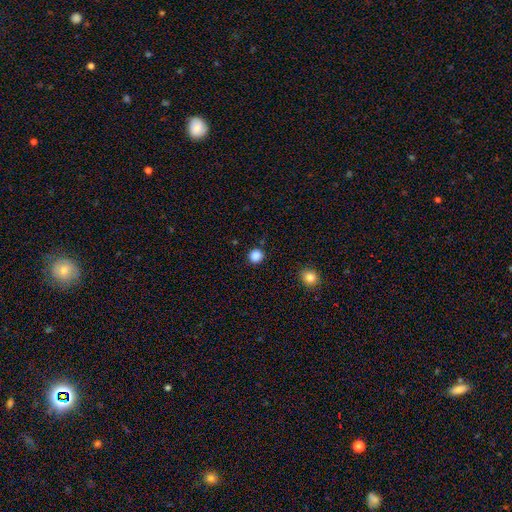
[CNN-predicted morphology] This appears to be a smooth galaxy with no disk features (86%) that is round (91%). Merging: none (89%).